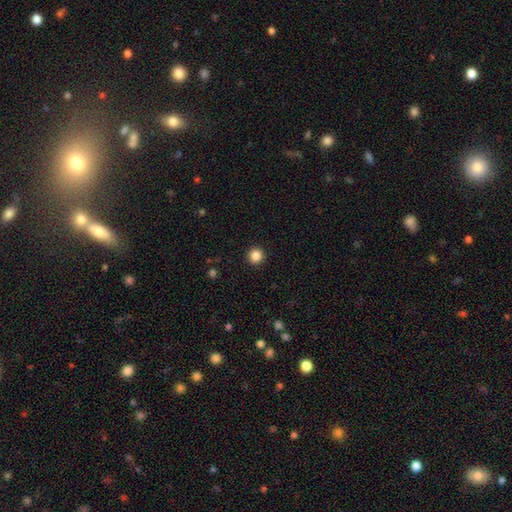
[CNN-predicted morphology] type=smooth (86%); roundness=round (95%); merging=none (93%).